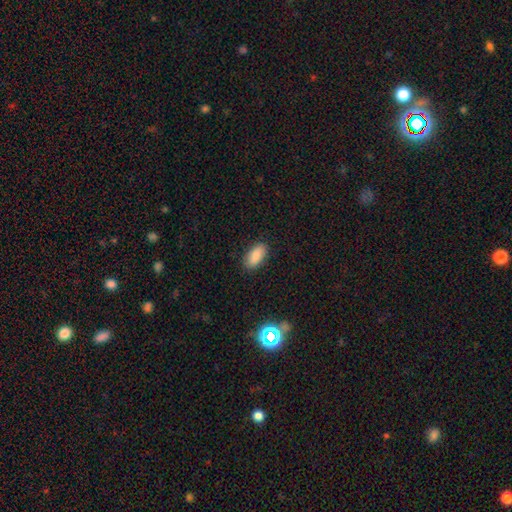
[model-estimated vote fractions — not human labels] Smooth or featured?
  - smooth: 87% *
  - star or artifact: 7%
  - featured or disk: 5%
How rounded?
  - in between: 92% *
  - cigar-shaped: 5%
  - round: 3%
Merging?
  - none: 87% *
  - minor disturbance: 10%
  - major disturbance: 2%
  - merger: 1%